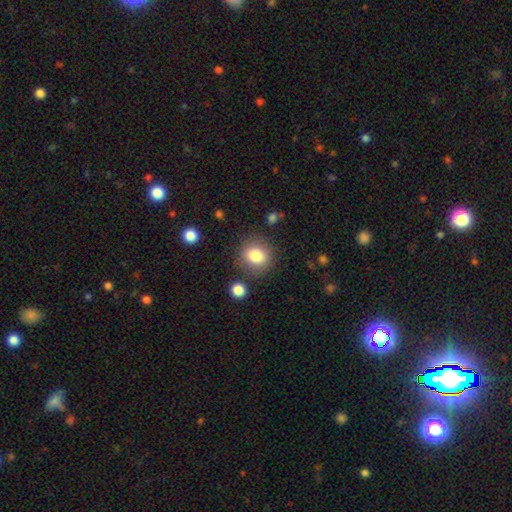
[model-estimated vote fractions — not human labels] smooth_or_featured: smooth (p=0.81) [alt: star or artifact p=0.10]
how_rounded: round (p=0.83) [alt: in between p=0.16]
merging: none (p=0.83) [alt: minor disturbance p=0.10]